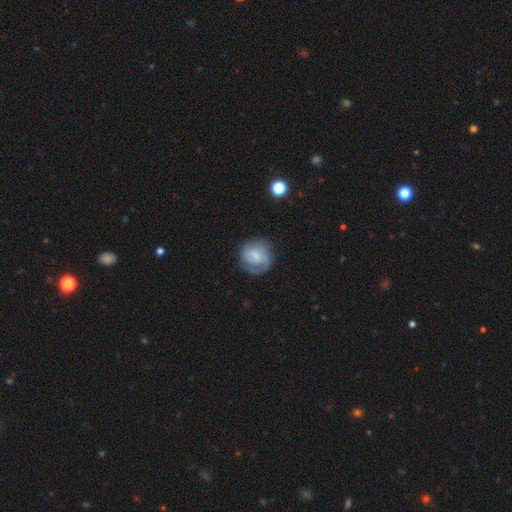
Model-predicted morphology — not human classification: A featured or disk galaxy (53%) with a weak bar (50%), spiral arms (82%) and a small central bulge (46%).

Vote fractions:
- Smooth or featured? featured or disk: 53% / smooth: 39% / star or artifact: 7%
- Edge-on disk? no: 98% / yes: 2%
- Bar? weak: 50% / no: 39% / strong: 11%
- Spiral arms? yes: 82% / no: 18%
- Bulge size? small: 46% / moderate: 27% / none: 21% / large: 4% / dominant: 1%
- Merging? none: 65% / minor disturbance: 21% / major disturbance: 12% / merger: 2%